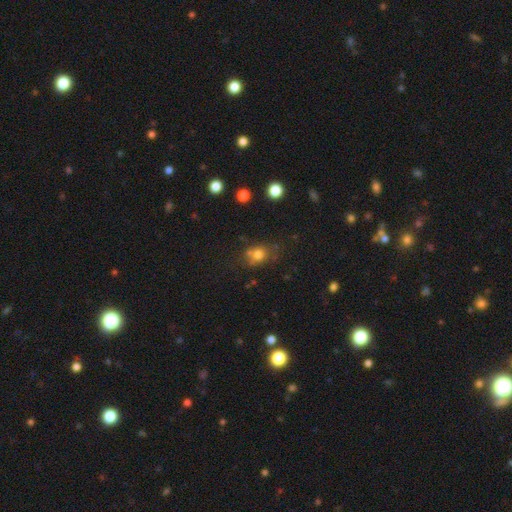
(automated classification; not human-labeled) Overall: smooth (61%; star or artifact 26%). How rounded: round (58%; in between 39%). Merging: none (63%).